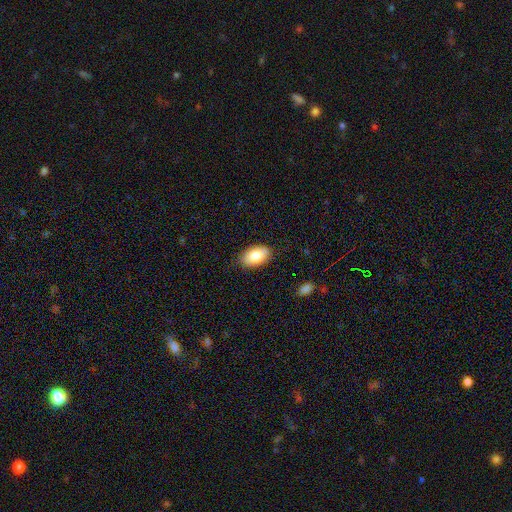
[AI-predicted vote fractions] This is clearly a smooth galaxy (86%). How rounded: clearly in between (93%). Merging: clearly none (83%).